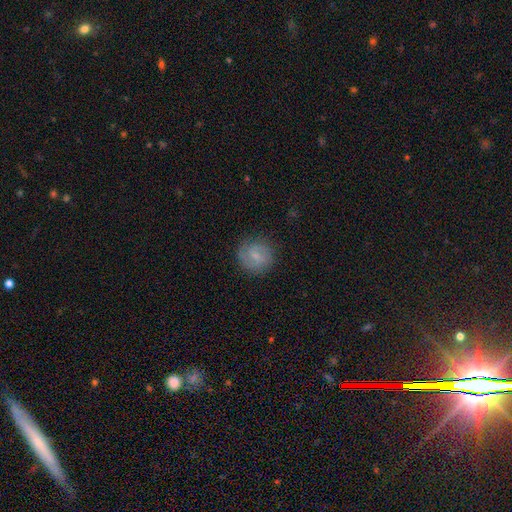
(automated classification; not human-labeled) Overall: smooth (49%; featured or disk 43%). Merging: none (83%).